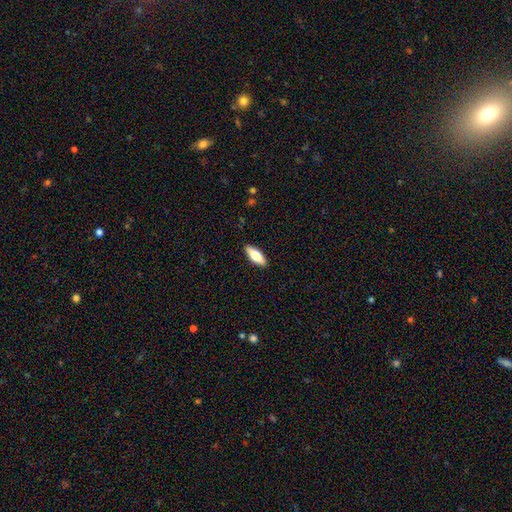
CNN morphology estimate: type=smooth (65%); roundness=in between (65%); merging=none (90%).